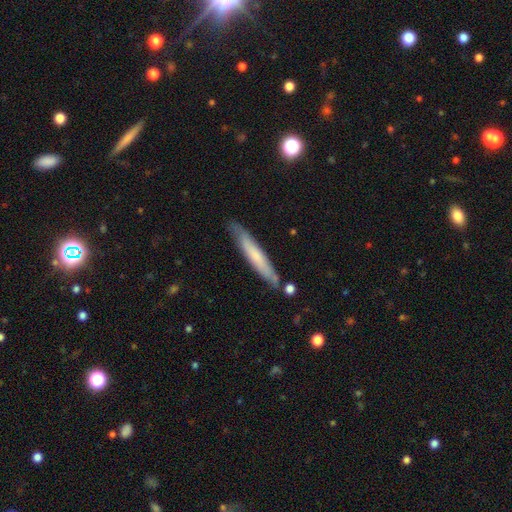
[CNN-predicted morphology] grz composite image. It shows a smooth galaxy with no disk features (60%) that is cigar-shaped (93%). Merging: none (82%).